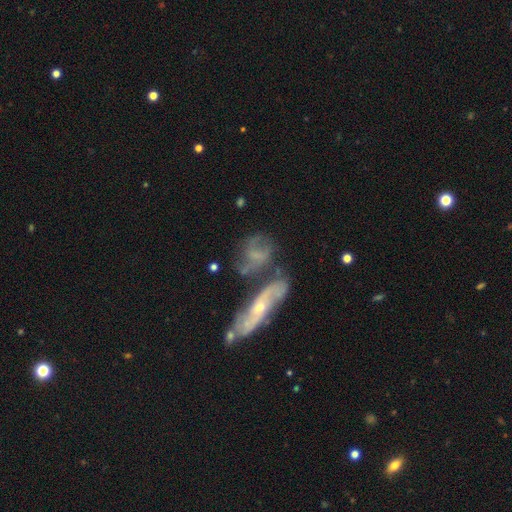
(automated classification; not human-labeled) A featured or disk galaxy (62%) with no bar (58%), spiral arms (70%) and a small central bulge (43%). Merging: none (38%).